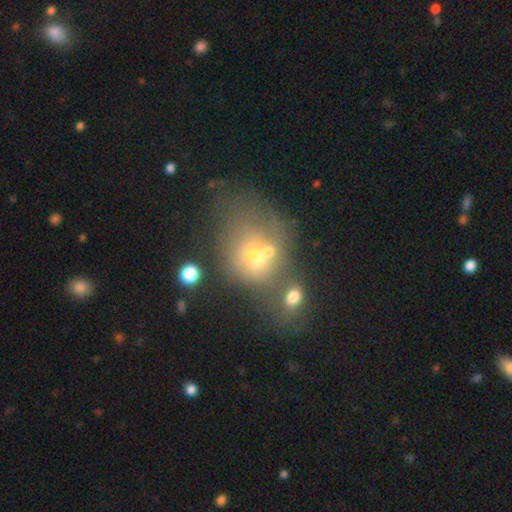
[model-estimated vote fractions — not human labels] Smooth or featured? smooth (58%)
How rounded? round (59%)
Merging? merger (49%)